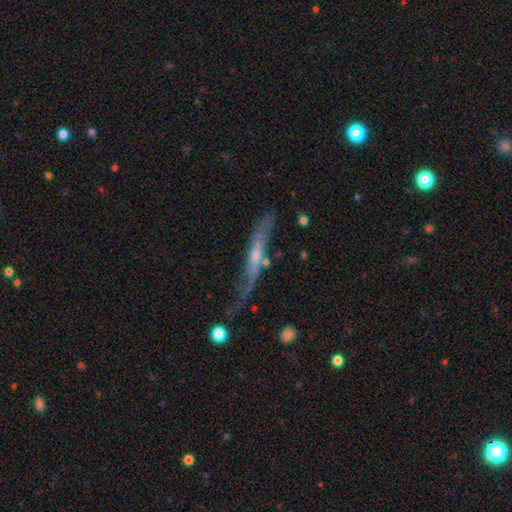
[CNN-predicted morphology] This is likely a featured or disk galaxy (63%). It is likely viewed edge-on (68%). Merging: marginally none (43%).